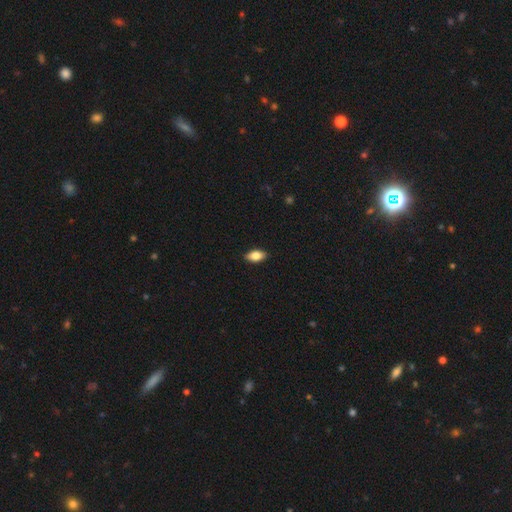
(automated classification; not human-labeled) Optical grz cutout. It shows a smooth galaxy with no disk features (81%) that is in between round and cigar-shaped (90%). Merging: none (89%).